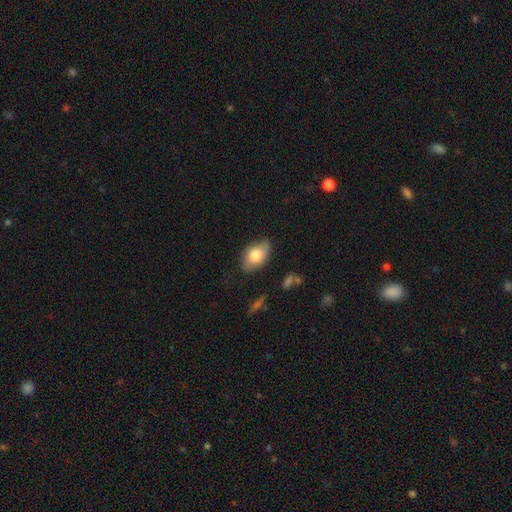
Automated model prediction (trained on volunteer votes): This appears to be a smooth galaxy with no disk features (77%) that is in between round and cigar-shaped (90%). Merging: none (77%).